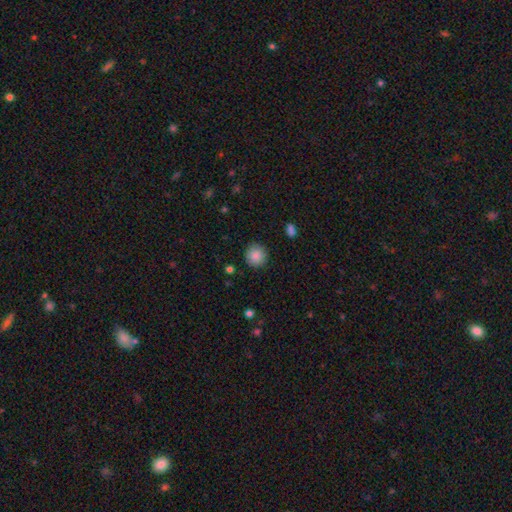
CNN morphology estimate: Overall: smooth (87%). How rounded: round (93%). Merging: none (89%).